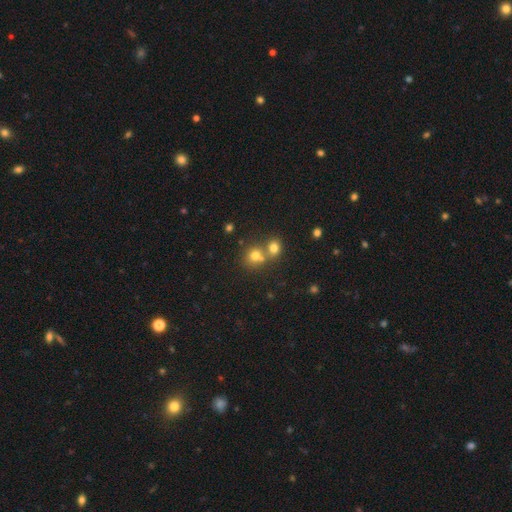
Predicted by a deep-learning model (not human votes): Smooth or featured? Predicted: smooth (p=0.73). How rounded? Predicted: round (p=0.80). Merging? Predicted: merger (p=0.45, tied with none).